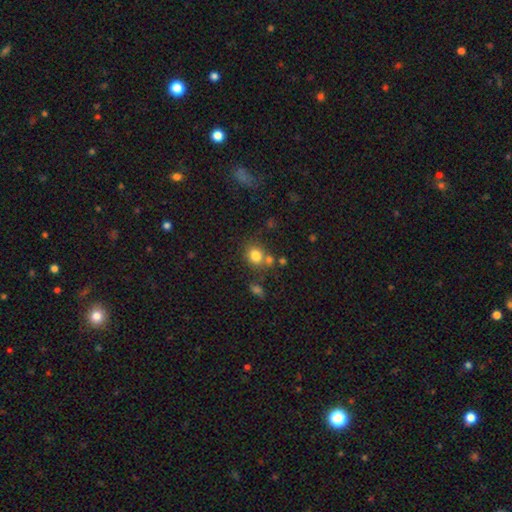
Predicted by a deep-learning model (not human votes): Smooth or featured: smooth — 80% (star or artifact — 12%)
How rounded: round — 73% (in between — 26%)
Merging: none — 65% (merger — 18%)